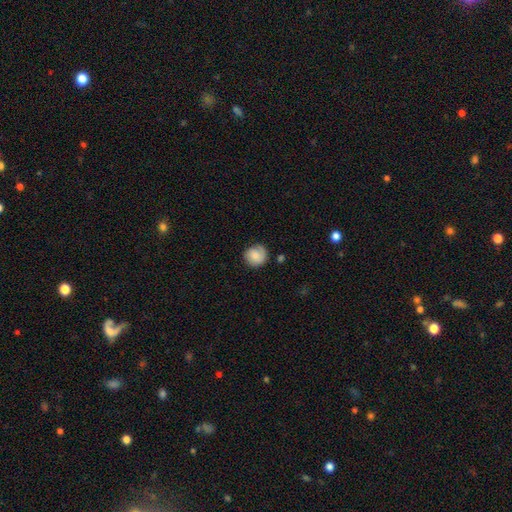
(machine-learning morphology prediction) smooth 75%, featured or disk 18%, star or artifact 7%. Down the decision tree: how rounded — round (88%); merging — none (74%).